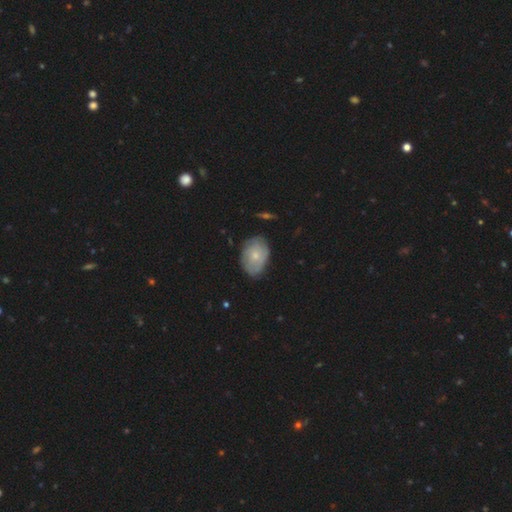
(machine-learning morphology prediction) This appears to be a smooth galaxy with no disk features (58%) that is in between round and cigar-shaped (79%). Merging: none (71%).